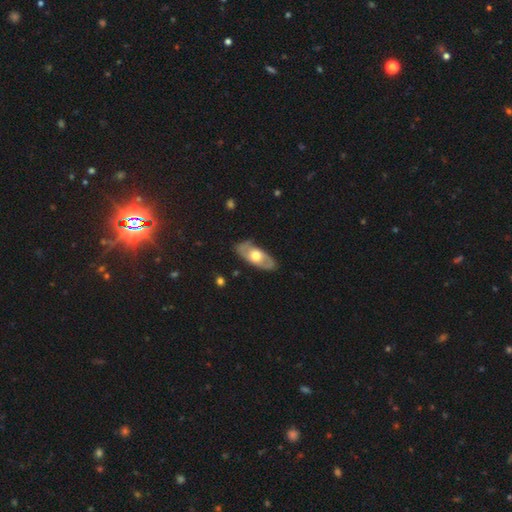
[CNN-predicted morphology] This is possibly a featured or disk galaxy (57%). It is likely not viewed edge-on (80%). Merging: clearly none (82%).